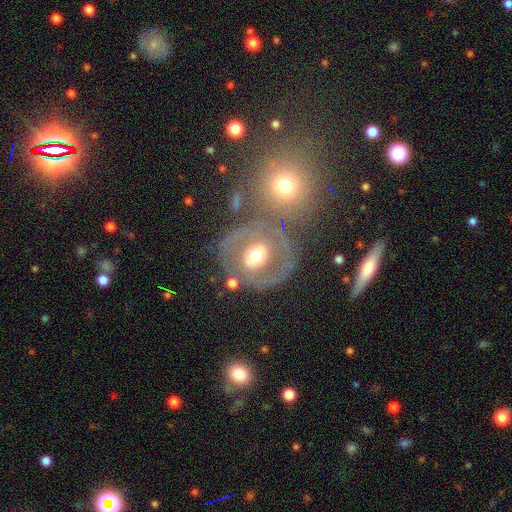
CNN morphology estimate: smooth_or_featured: featured or disk (p=0.62) [alt: smooth p=0.31]
disk_edge_on: no (p=0.95) [alt: yes p=0.05]
bar: no (p=0.55) [alt: weak p=0.28]
has_spiral_arms: no (p=0.59) [alt: yes p=0.41]
bulge_size: moderate (p=0.69) [alt: large p=0.15]
merging: none (p=0.57) [alt: merger p=0.19]